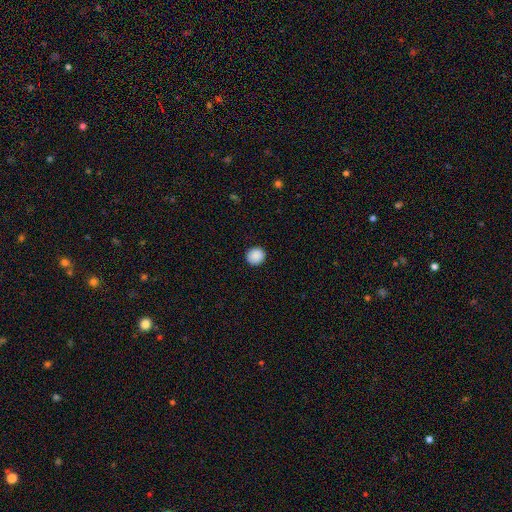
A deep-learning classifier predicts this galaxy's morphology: smooth 90%, star or artifact 8%, featured or disk 2%. Down the decision tree: how rounded — round (90%); merging — none (92%).